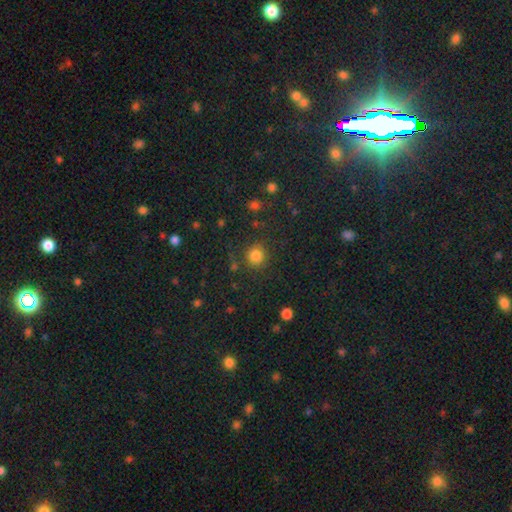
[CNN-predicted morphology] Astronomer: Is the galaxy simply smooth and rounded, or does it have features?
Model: smooth — 82%.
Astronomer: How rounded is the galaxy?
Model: round — 92%.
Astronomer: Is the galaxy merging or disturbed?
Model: none — 84%.